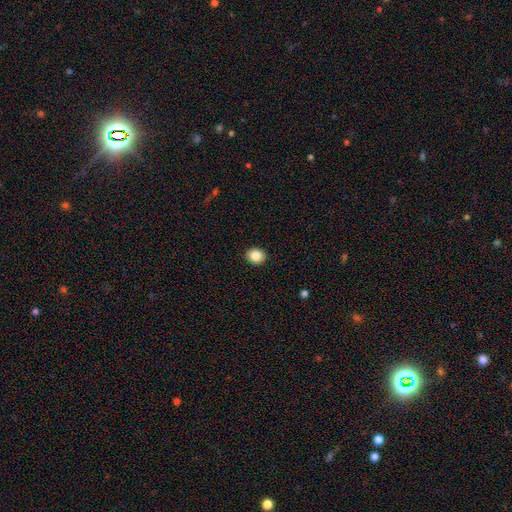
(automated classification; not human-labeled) Smooth or featured? Predicted: smooth (p=0.85). How rounded? Predicted: round (p=0.61). Merging? Predicted: none (p=0.91).